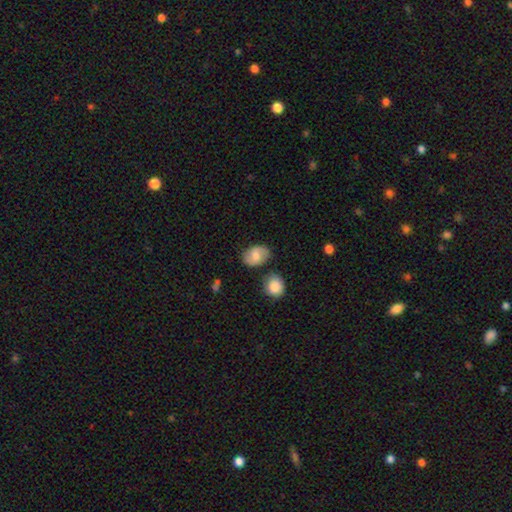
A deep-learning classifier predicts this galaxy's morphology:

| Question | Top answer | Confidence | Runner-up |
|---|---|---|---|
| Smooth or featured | smooth | 66% | featured or disk (27%) |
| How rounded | in between | 76% | round (23%) |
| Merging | none | 77% | minor disturbance (14%) |